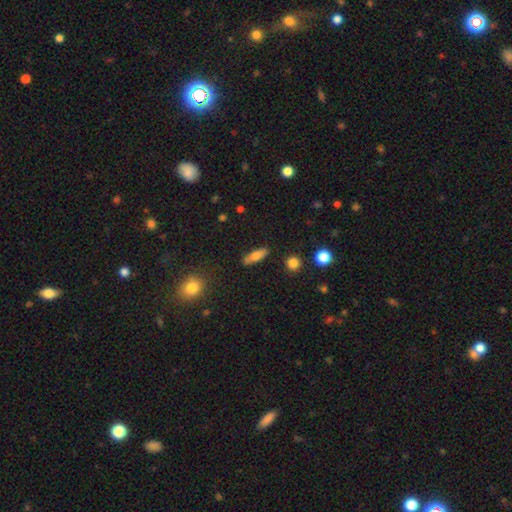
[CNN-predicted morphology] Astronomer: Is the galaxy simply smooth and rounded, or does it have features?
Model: smooth — 73%.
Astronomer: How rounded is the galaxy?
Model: in between — 49% (runner-up: cigar-shaped, 47%).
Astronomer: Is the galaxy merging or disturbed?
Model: none — 85%.